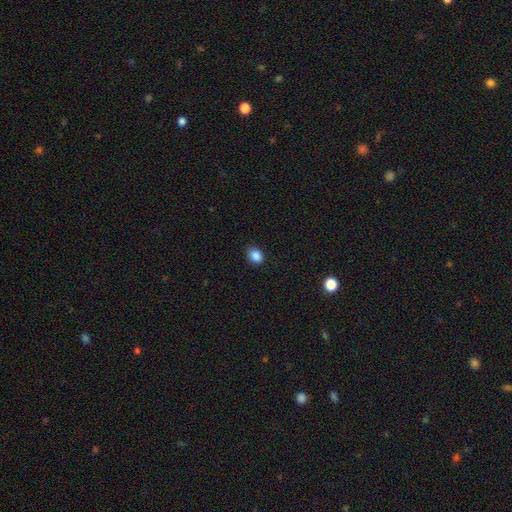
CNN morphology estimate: smooth-or-featured: smooth: 87% | star or artifact: 10% | featured or disk: 3%
  how-rounded: in between: 59% | round: 40% | cigar-shaped: 1%
  merging: none: 87% | minor disturbance: 9% | major disturbance: 2% | merger: 1%